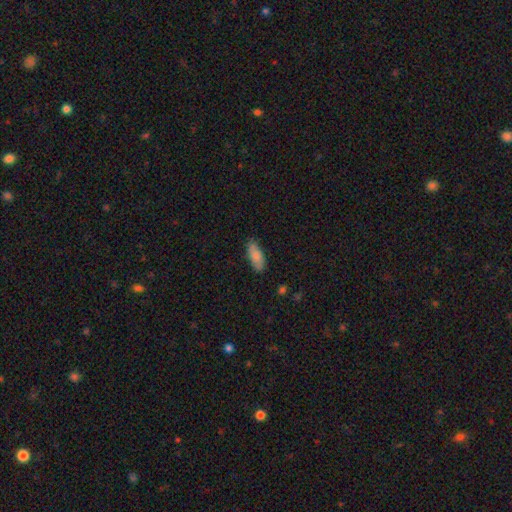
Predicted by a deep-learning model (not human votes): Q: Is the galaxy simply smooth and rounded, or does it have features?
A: smooth — 85%.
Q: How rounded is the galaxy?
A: in between — 78%.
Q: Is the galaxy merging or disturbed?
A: none — 81%.